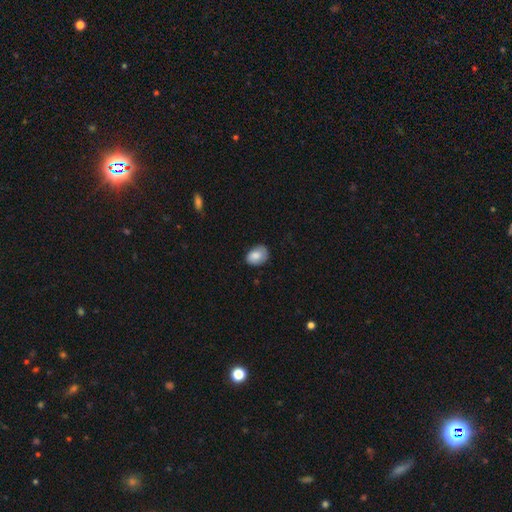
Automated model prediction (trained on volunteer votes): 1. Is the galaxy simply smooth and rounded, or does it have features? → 82% smooth, 10% featured or disk, 7% star or artifact.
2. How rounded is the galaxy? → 75% in between, 24% round, 1% cigar-shaped.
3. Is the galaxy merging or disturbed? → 70% none, 24% minor disturbance, 5% major disturbance, 1% merger.